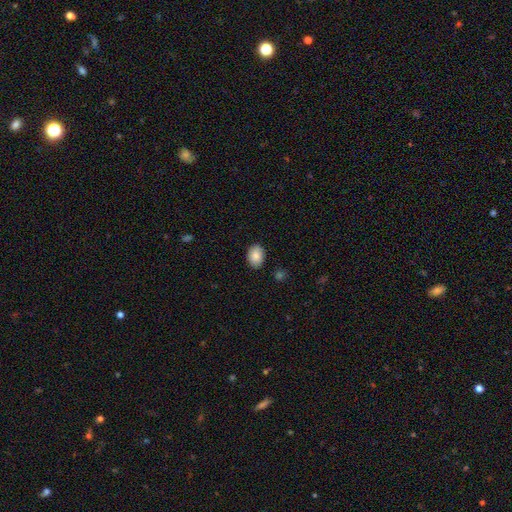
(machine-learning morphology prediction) Smooth or featured? smooth (86%)
How rounded? in between (77%)
Merging? none (88%)